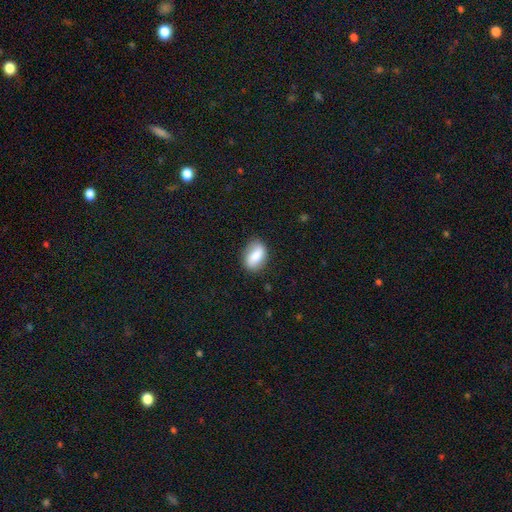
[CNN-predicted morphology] This appears to be a smooth galaxy with no disk features (71%) that is in between round and cigar-shaped (84%). Merging: none (80%).